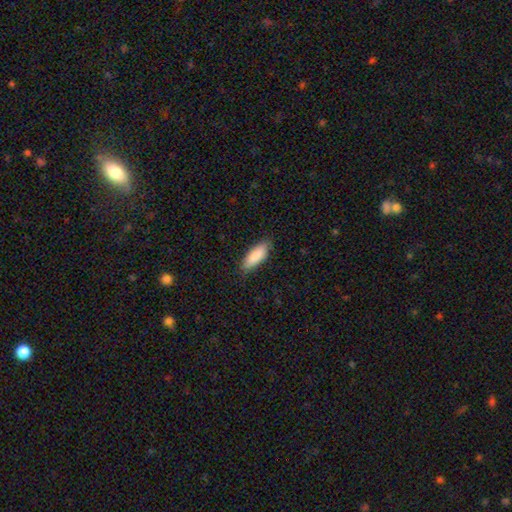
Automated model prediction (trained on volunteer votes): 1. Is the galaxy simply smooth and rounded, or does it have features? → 87% smooth, 7% featured or disk, 6% star or artifact.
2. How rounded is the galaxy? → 66% in between, 33% cigar-shaped, 2% round.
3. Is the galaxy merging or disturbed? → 84% none, 13% minor disturbance, 2% major disturbance, 1% merger.